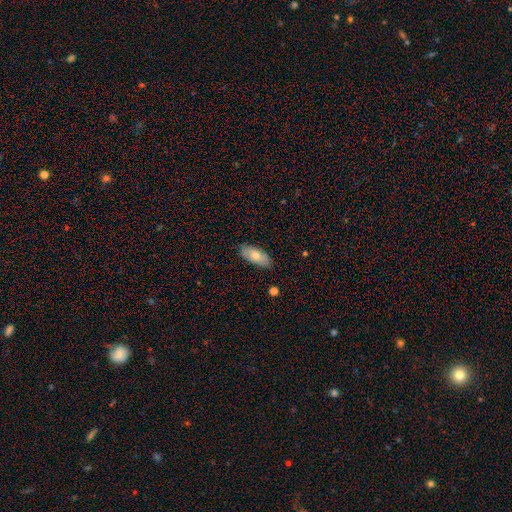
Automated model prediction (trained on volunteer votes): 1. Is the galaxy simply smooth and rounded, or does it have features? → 73% smooth, 20% featured or disk, 6% star or artifact.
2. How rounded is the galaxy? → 87% in between, 11% cigar-shaped, 2% round.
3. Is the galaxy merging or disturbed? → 86% none, 11% minor disturbance, 2% major disturbance, 1% merger.